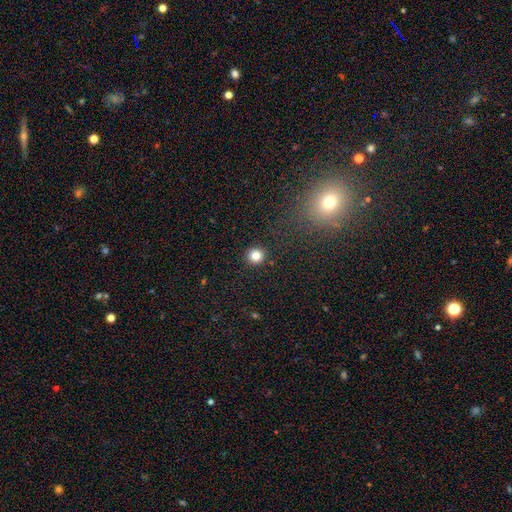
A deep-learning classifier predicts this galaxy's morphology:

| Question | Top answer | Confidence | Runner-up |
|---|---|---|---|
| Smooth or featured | smooth | 82% | star or artifact (13%) |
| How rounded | round | 94% | in between (5%) |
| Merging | none | 93% | minor disturbance (4%) |